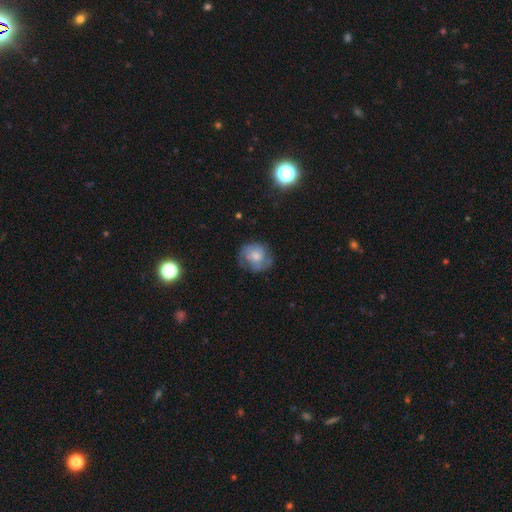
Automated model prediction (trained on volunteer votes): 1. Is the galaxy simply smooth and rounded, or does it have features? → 50% smooth, 42% featured or disk, 8% star or artifact.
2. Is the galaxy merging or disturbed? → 69% none, 22% minor disturbance, 8% major disturbance, 1% merger.